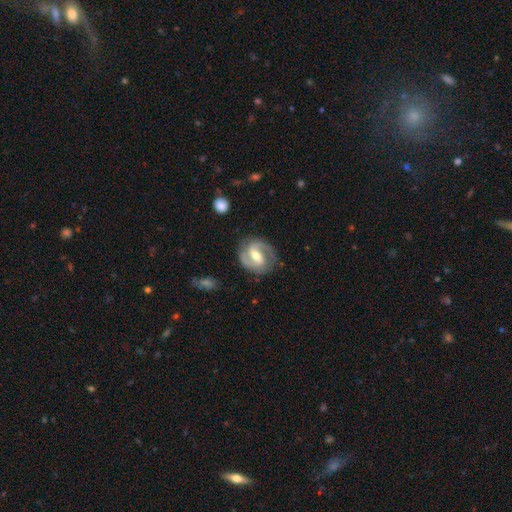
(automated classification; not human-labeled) A featured or disk galaxy (85%) with a weak bar (45%), 2 (88%) medium (53%) spiral arms (94%) and a moderate central bulge (67%). Merging: none (80%).